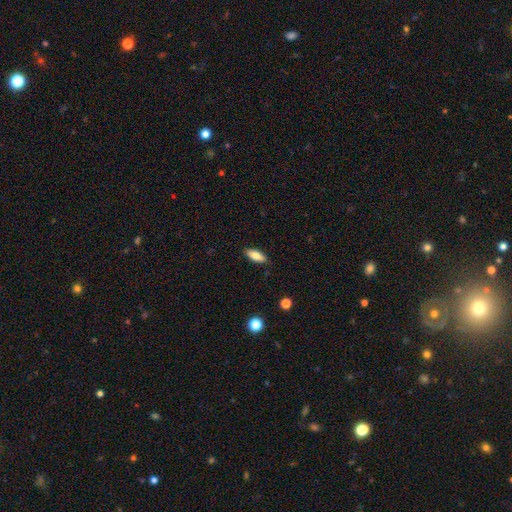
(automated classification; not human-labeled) Smooth or featured: smooth — 76% (featured or disk — 17%)
How rounded: in between — 74% (cigar-shaped — 24%)
Merging: none — 87% (minor disturbance — 10%)